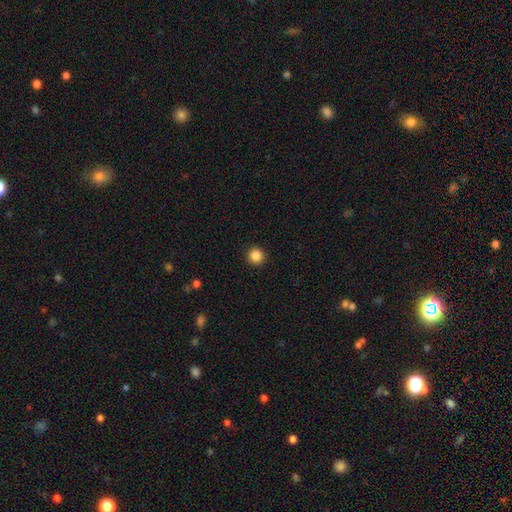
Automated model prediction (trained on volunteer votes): The model was most divided on "smooth or featured": smooth: 87%, star or artifact: 10%, featured or disk: 3%. More confident: how rounded — round (96%); merging — none (93%).